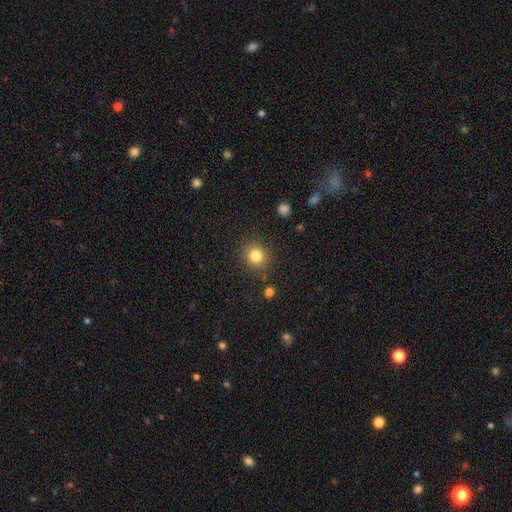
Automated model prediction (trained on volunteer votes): Morphology: type=smooth (83%); roundness=round (86%); merging=none (86%).